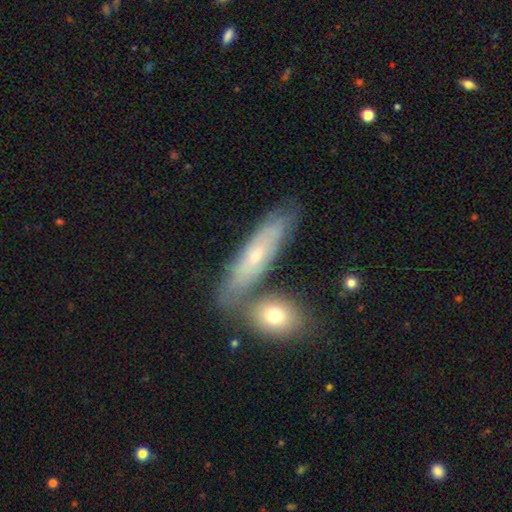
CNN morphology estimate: A featured or disk galaxy (50%).

Vote fractions:
- Smooth or featured? featured or disk: 50% / smooth: 43% / star or artifact: 7%
- Edge-on disk? no: 55% / yes: 45%
- Merging? none: 64% / merger: 19% / minor disturbance: 14% / major disturbance: 3%